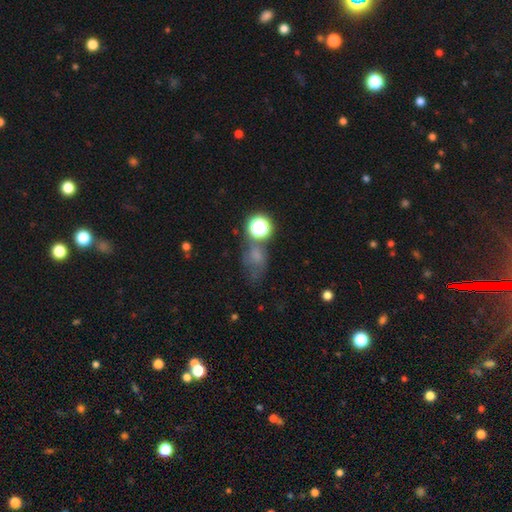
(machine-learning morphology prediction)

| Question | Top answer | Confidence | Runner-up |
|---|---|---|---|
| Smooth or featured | smooth | 53% | star or artifact (29%) |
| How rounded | in between | 56% | round (42%) |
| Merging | none | 38% | major disturbance (25%) |